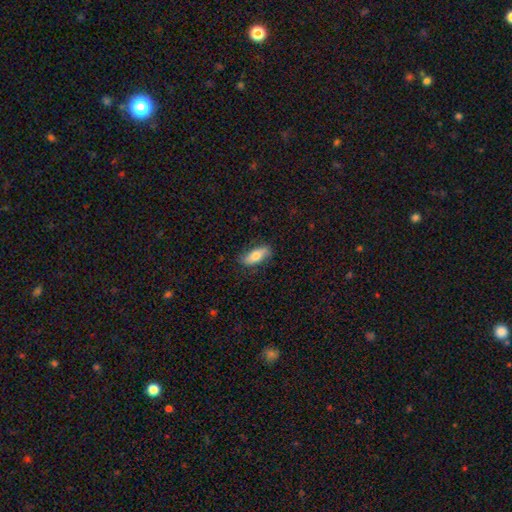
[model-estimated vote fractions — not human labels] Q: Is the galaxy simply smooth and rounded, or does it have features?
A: smooth — 67%.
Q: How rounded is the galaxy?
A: in between — 74%.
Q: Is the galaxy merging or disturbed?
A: none — 79%.